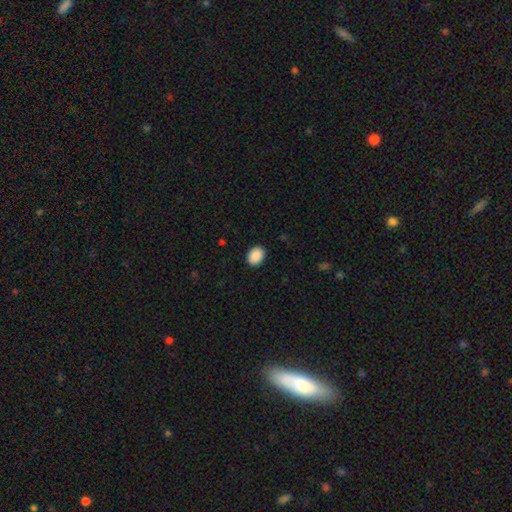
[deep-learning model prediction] Morphology: type=smooth (90%); roundness=in between (66%); merging=none (90%).